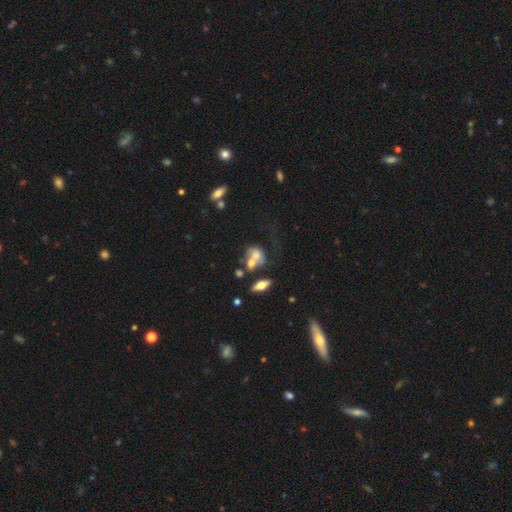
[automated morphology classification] Smooth or featured? Predicted: smooth (p=0.58). How rounded? Predicted: in between (p=0.63). Merging? Predicted: merger (p=0.47).